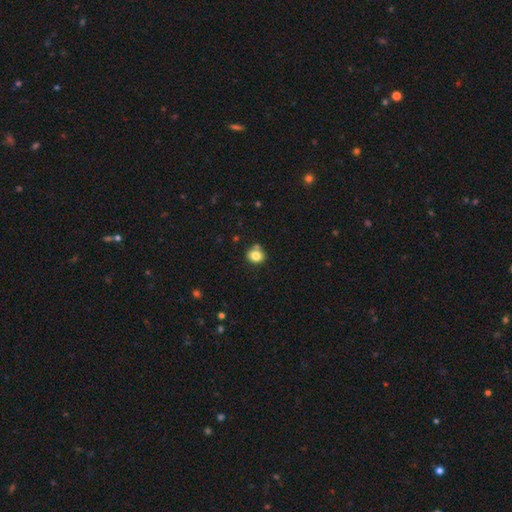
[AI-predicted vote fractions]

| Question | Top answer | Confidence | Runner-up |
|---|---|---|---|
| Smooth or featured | smooth | 81% | star or artifact (11%) |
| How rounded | round | 70% | in between (29%) |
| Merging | none | 71% | minor disturbance (14%) |